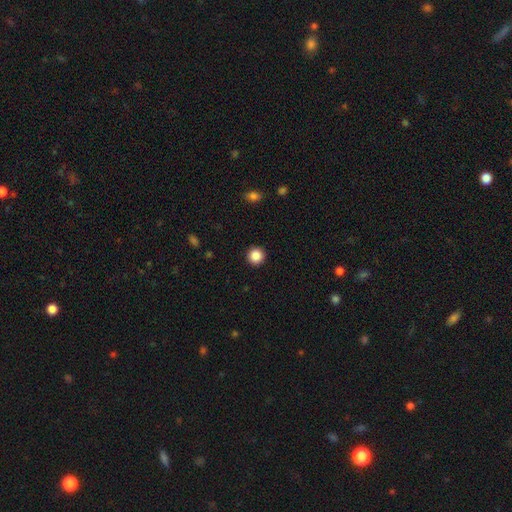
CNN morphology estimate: Overall: smooth (87%). How rounded: round (95%). Merging: none (93%).